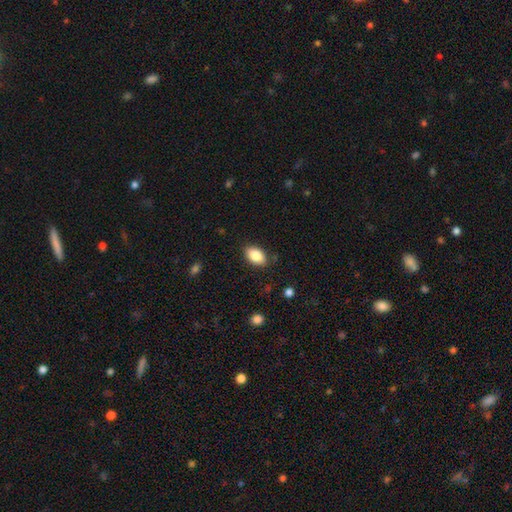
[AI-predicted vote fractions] Smooth or featured: smooth — 85% (featured or disk — 8%)
How rounded: in between — 92% (round — 7%)
Merging: none — 85% (minor disturbance — 11%)